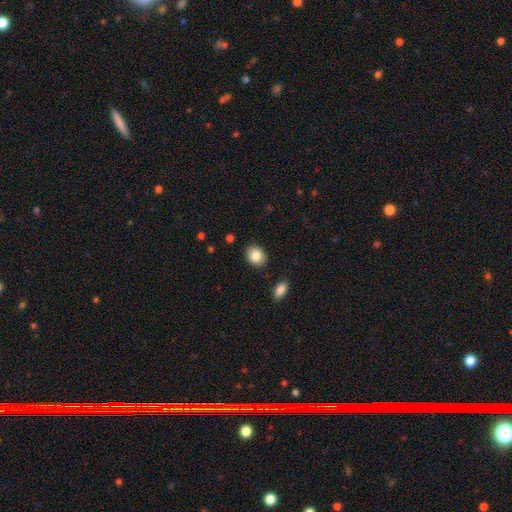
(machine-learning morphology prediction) smooth 85%, star or artifact 8%, featured or disk 7%. Down the decision tree: how rounded — in between (50%); merging — none (88%).